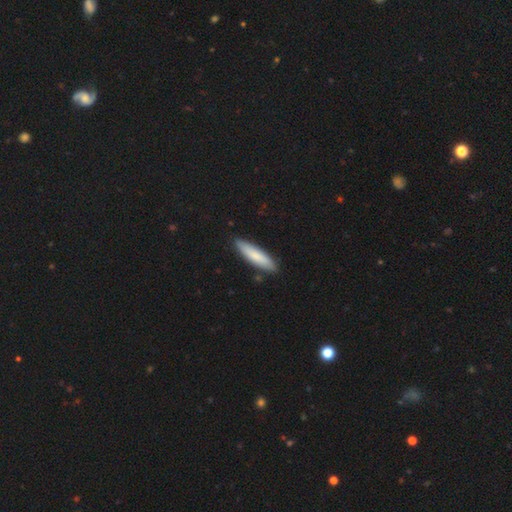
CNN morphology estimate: type=smooth (79%); roundness=cigar-shaped (79%); merging=none (87%).